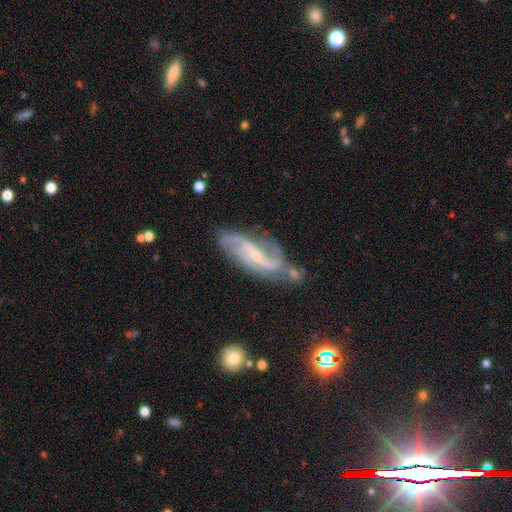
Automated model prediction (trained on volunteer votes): Morphology: type=featured or disk (86%); edge-on=no (93%); bar=weak (45%); spiral arms=yes (96%); winding=loose (44%); arm count=2 (60%); bulge=small (69%); merging=none (51%).